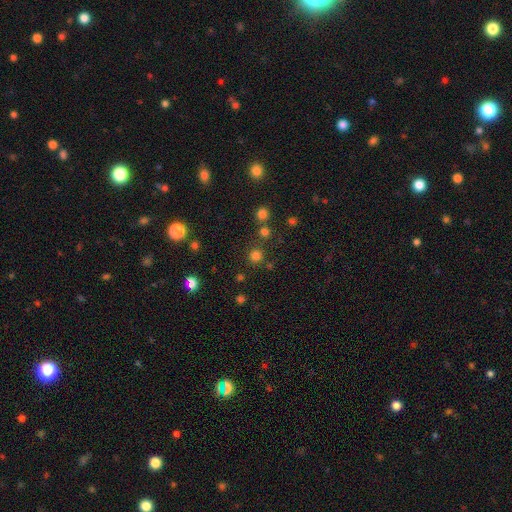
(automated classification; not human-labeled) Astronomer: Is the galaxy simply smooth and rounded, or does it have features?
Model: smooth — 75%.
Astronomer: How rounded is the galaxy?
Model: round — 93%.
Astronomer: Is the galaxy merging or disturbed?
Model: none — 81%.